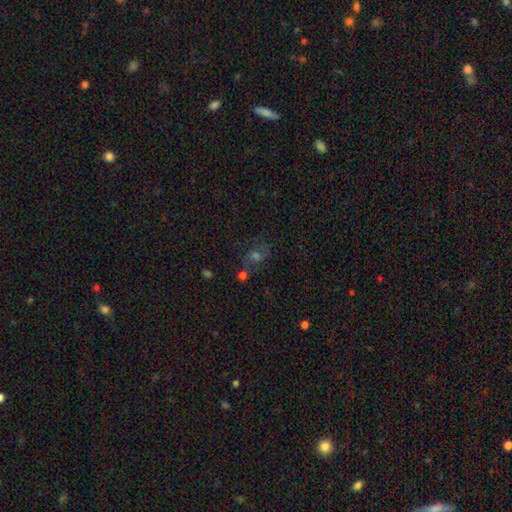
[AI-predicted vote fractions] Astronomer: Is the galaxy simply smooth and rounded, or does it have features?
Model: star or artifact — 35% (runner-up: featured or disk, 34%).